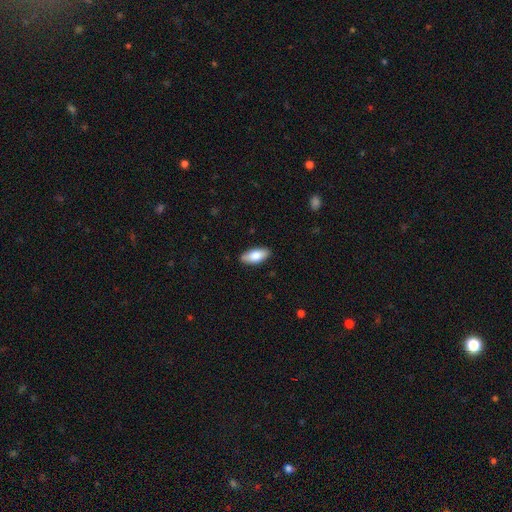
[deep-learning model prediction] Smooth or featured? Predicted: smooth (p=0.79). How rounded? Predicted: in between (p=0.85). Merging? Predicted: none (p=0.86).